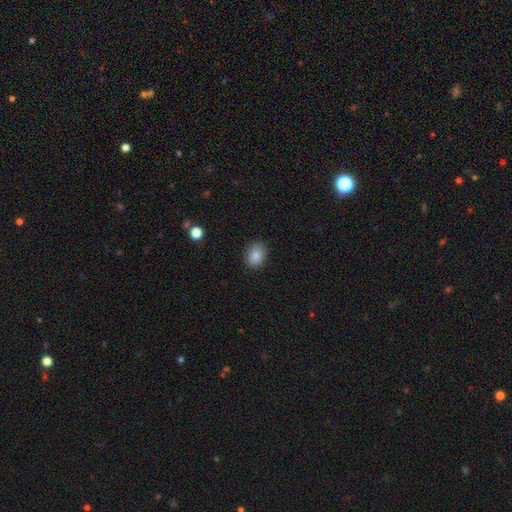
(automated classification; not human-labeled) smooth 86%, star or artifact 9%, featured or disk 5%. Down the decision tree: how rounded — in between (69%); merging — none (87%).